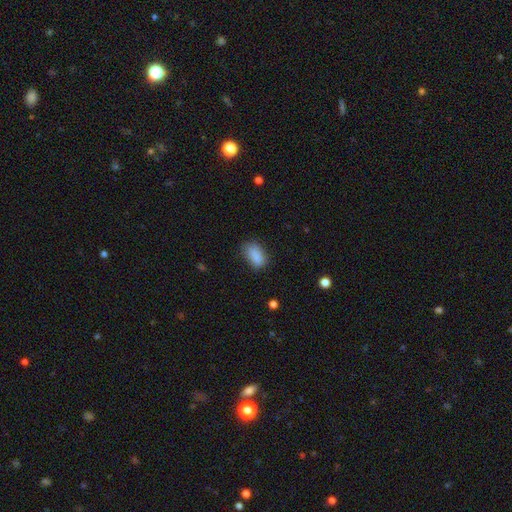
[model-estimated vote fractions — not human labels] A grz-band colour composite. It shows a smooth galaxy with no disk features (87%) that is in between round and cigar-shaped (90%). Merging: none (71%).